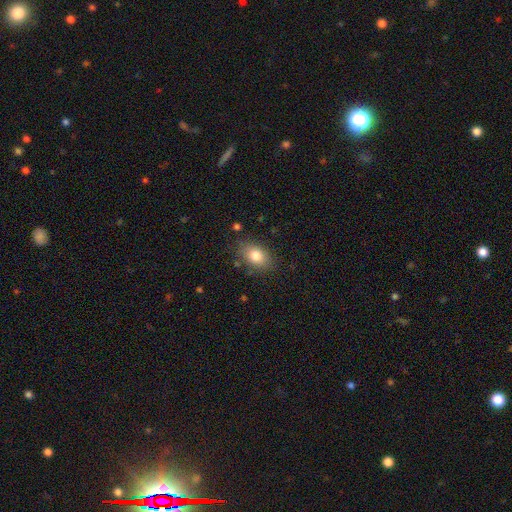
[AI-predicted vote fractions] Smooth or featured? Predicted: smooth (p=0.82). How rounded? Predicted: in between (p=0.82). Merging? Predicted: none (p=0.80).